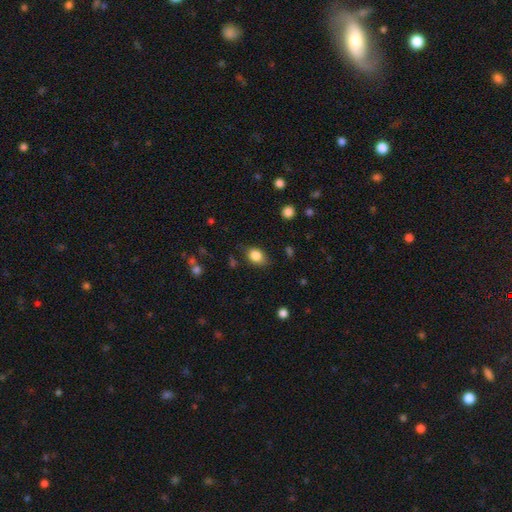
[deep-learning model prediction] This is clearly a smooth galaxy (84%). How rounded: likely in between (67%). Merging: likely none (76%).